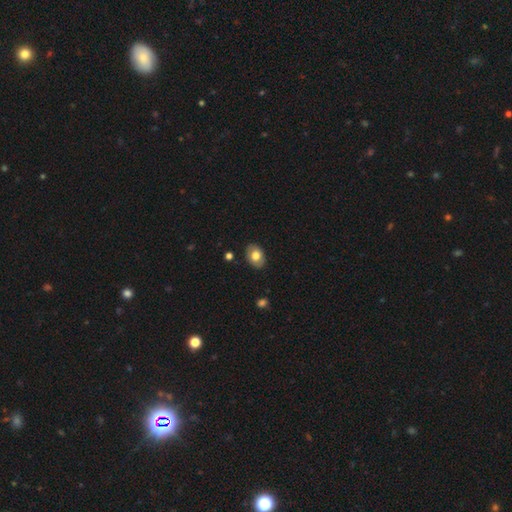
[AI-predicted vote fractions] Smooth or featured? smooth (73%)
How rounded? in between (78%)
Merging? none (86%)